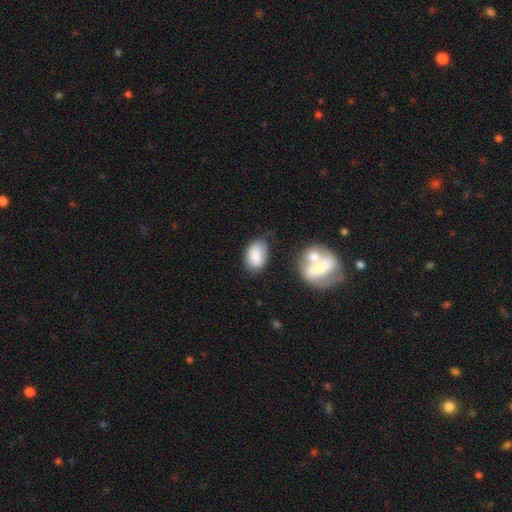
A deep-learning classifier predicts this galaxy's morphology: Smooth or featured: smooth — 81% (featured or disk — 11%)
How rounded: in between — 89% (round — 10%)
Merging: none — 59% (minor disturbance — 26%)